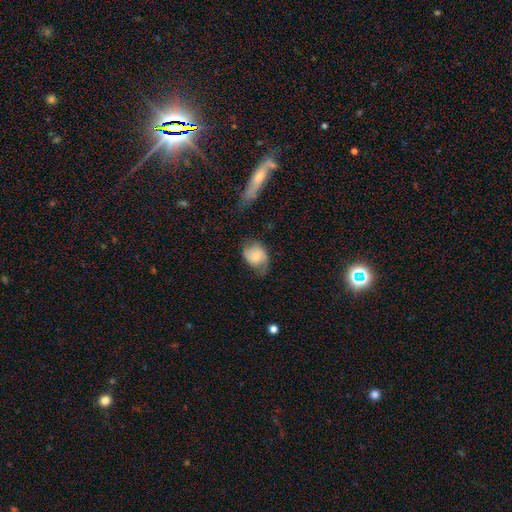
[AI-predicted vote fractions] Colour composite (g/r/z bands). It shows a featured or disk galaxy (49%). Merging: none (54%).